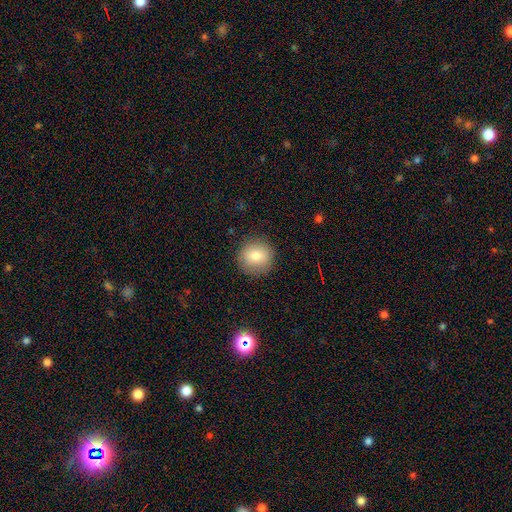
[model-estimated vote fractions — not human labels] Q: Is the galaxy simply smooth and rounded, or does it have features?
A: smooth — 80%.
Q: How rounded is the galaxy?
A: round — 91%.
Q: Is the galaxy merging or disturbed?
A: none — 88%.